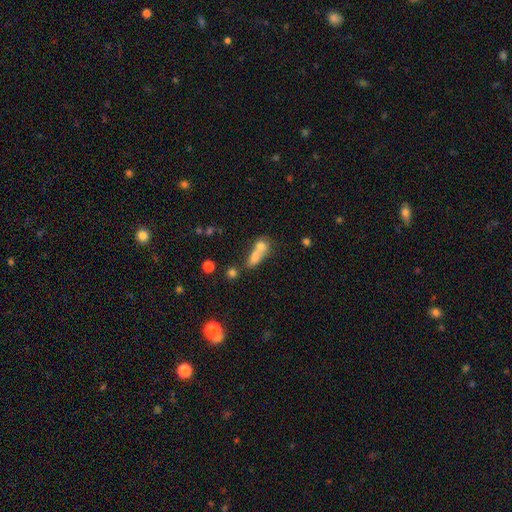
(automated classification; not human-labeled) A smooth galaxy with no disk features (67%) that is in between round and cigar-shaped (53%). Merging: merger (65%).